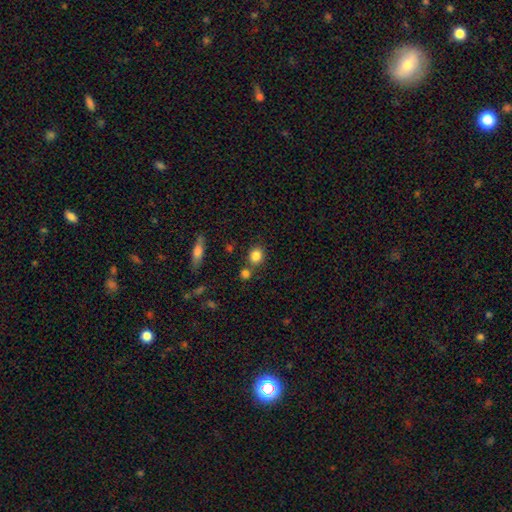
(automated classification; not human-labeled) smooth_or_featured: smooth (p=0.84) [alt: star or artifact p=0.10]
how_rounded: round (p=0.67) [alt: in between p=0.32]
merging: none (p=0.69) [alt: merger p=0.17]